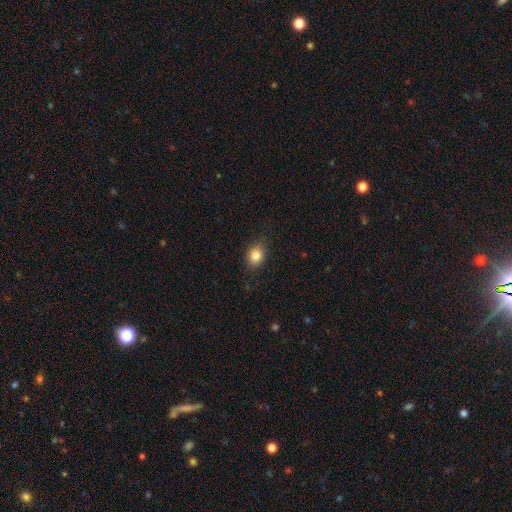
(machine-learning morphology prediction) This appears to be a smooth galaxy with no disk features (84%) that is in between round and cigar-shaped (54%). Merging: none (84%).